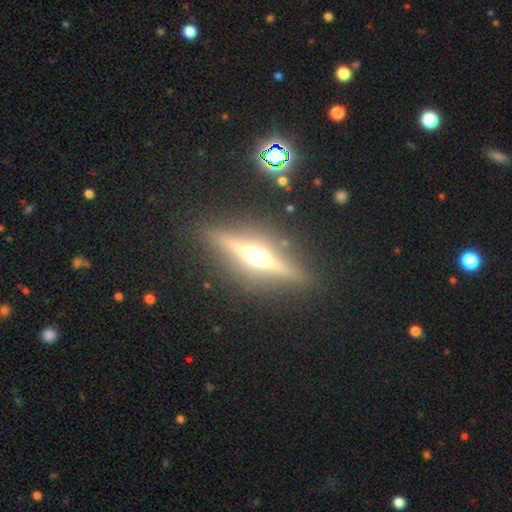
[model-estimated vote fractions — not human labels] Overall: featured or disk (76%). Edge-on disk: yes (95%). Edge-on bulge: rounded (94%). Merging: none (87%).